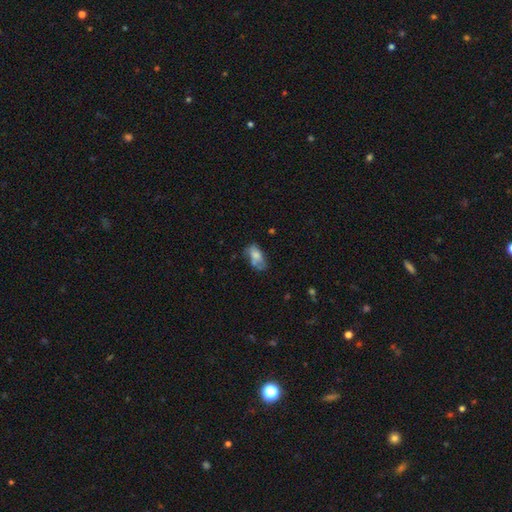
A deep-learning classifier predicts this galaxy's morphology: A smooth galaxy with no disk features (63%) that is in between round and cigar-shaped (88%).

Vote fractions:
- Smooth or featured? smooth: 63% / featured or disk: 27% / star or artifact: 10%
- How rounded? in between: 88% / round: 6% / cigar-shaped: 5%
- Merging? none: 38% / minor disturbance: 27% / major disturbance: 19% / merger: 15%